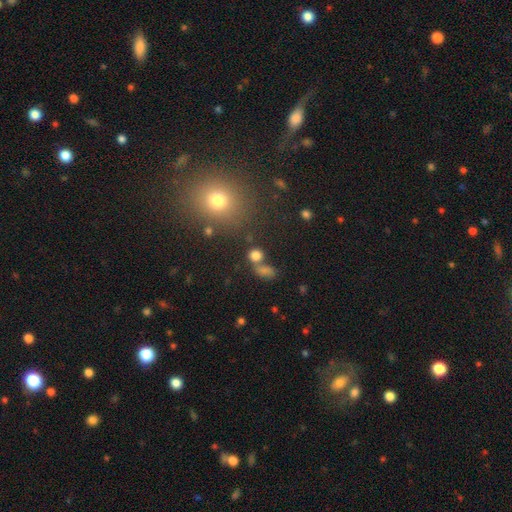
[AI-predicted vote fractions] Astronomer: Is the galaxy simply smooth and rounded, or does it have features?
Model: smooth — 75%.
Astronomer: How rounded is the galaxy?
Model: round — 70%.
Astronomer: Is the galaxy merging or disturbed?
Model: none — 50% (runner-up: merger, 33%).